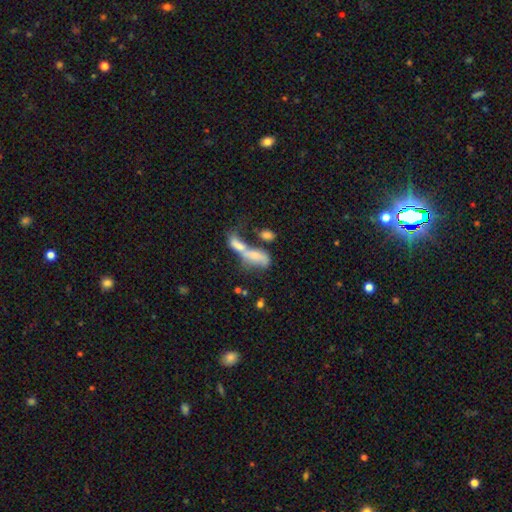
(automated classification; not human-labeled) This is possibly a smooth galaxy (53%). How rounded: likely in between (68%). Merging: likely merger (69%).